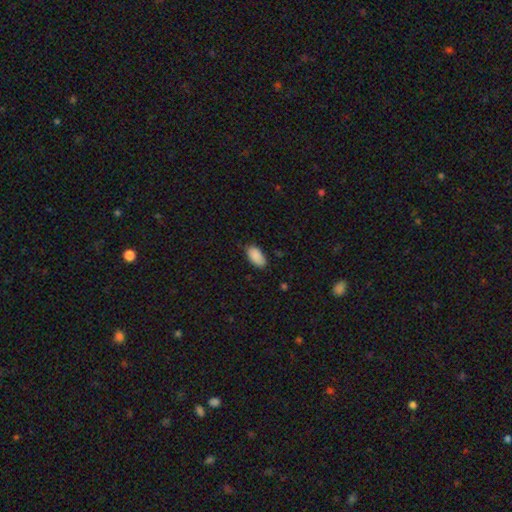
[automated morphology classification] Overall: smooth (89%). How rounded: in between (94%). Merging: none (76%).